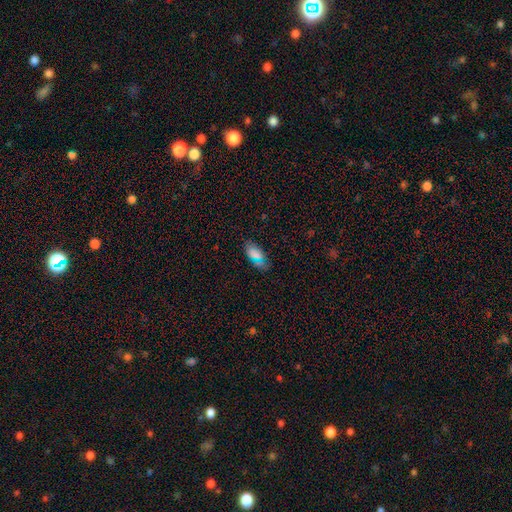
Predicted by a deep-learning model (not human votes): smooth 72%, star or artifact 19%, featured or disk 8%. Down the decision tree: how rounded — in between (90%); merging — none (77%).